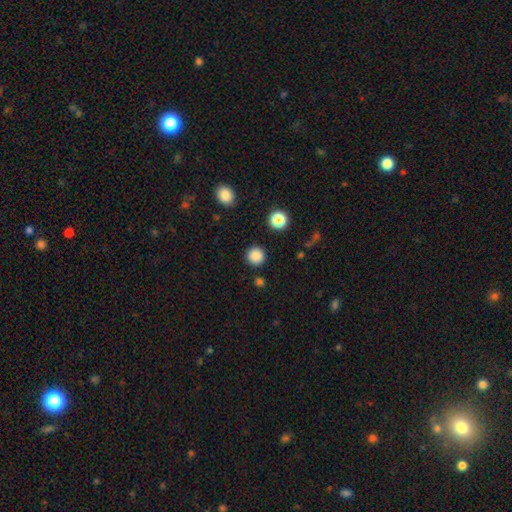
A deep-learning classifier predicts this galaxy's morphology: Smooth or featured? smooth (86%)
How rounded? round (95%)
Merging? none (91%)